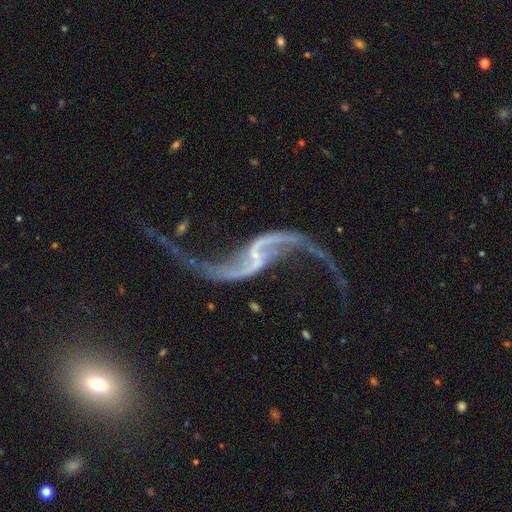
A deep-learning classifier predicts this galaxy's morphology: smooth-or-featured: featured or disk: 93% | star or artifact: 5% | smooth: 2%
  disk-edge-on: no: 96% | yes: 4%
    bar: weak: 39% | no: 33% | strong: 28%
    has-spiral-arms: yes: 97% | no: 3%
      spiral-winding: loose: 95% | medium: 3% | tight: 2%
      spiral-arm-count: 2: 94% | 1: 1% | can't tell: 1% | 3: 1% | 4: 1% | more than 4: 1%
    bulge-size: small: 60% | none: 31% | moderate: 6% | large: 1% | dominant: 1%
  merging: none: 62% | major disturbance: 16% | minor disturbance: 15% | merger: 8%